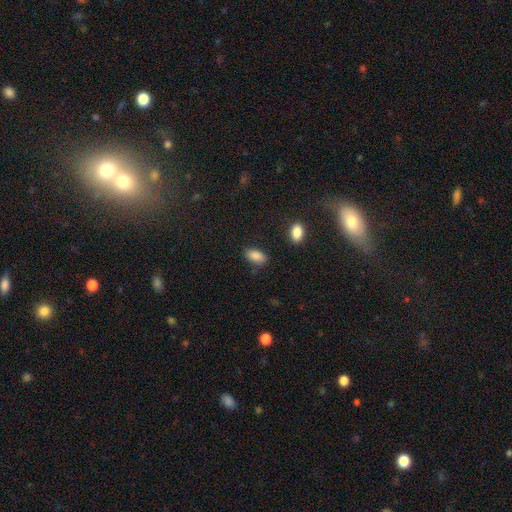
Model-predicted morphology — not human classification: This is clearly a smooth galaxy (87%). How rounded: clearly in between (92%). Merging: likely none (79%).